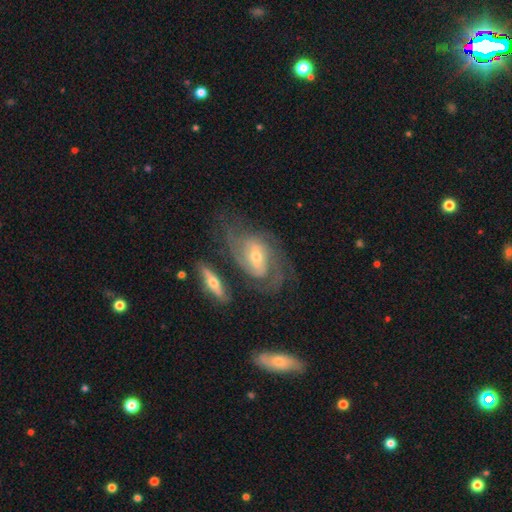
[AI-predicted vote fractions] smooth_or_featured: featured or disk (p=0.84) [alt: smooth p=0.09]
disk_edge_on: no (p=0.94) [alt: yes p=0.06]
bar: weak (p=0.43) [alt: no p=0.35]
has_spiral_arms: yes (p=0.94) [alt: no p=0.06]
spiral_winding: tight (p=0.46) [alt: medium p=0.41]
spiral_arm_count: 2 (p=0.45) [alt: can't tell p=0.25]
bulge_size: small (p=0.48) [alt: moderate p=0.46]
merging: none (p=0.59) [alt: minor disturbance p=0.18]